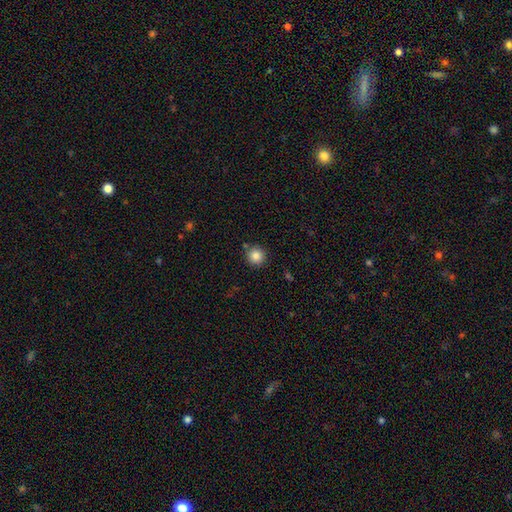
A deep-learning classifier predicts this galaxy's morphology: This appears to be a smooth galaxy with no disk features (85%) that is round (94%). Merging: none (85%).